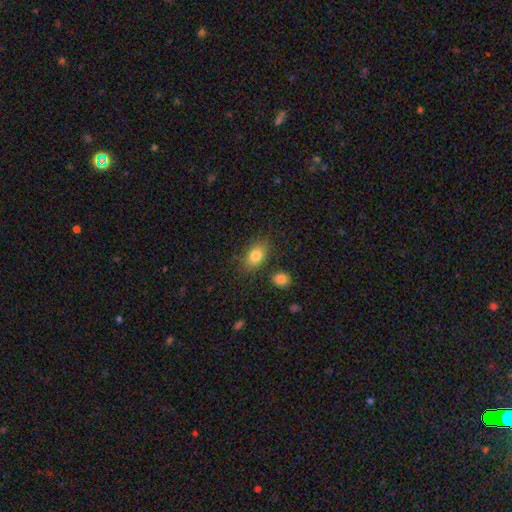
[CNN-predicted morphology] Smooth or featured? smooth (81%)
How rounded? in between (87%)
Merging? none (79%)